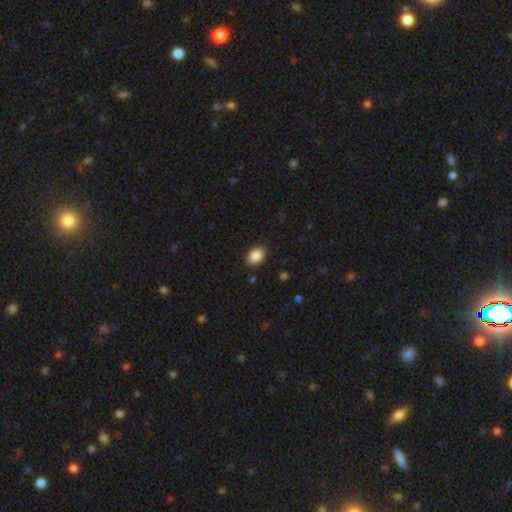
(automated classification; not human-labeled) A smooth galaxy with no disk features (87%) that is in between round and cigar-shaped (84%). Merging: none (88%).